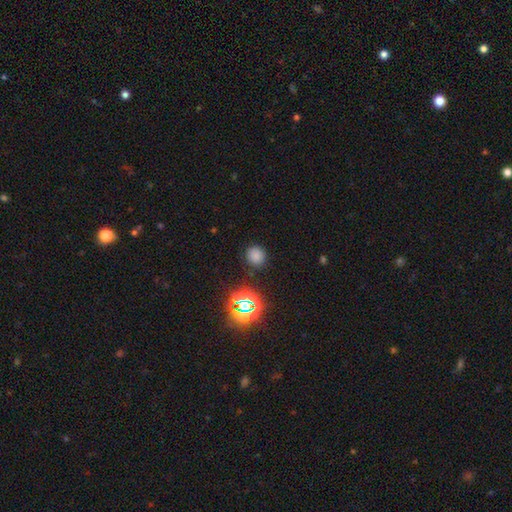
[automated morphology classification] Q: Smooth or featured?
A: smooth (73%); runner-up: star or artifact (22%)
Q: How rounded?
A: round (85%); runner-up: in between (14%)
Q: Merging?
A: none (87%); runner-up: minor disturbance (9%)